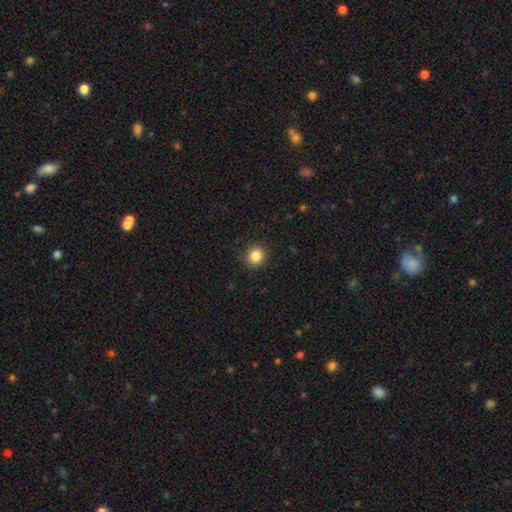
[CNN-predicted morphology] type=smooth (84%); roundness=round (90%); merging=none (91%).